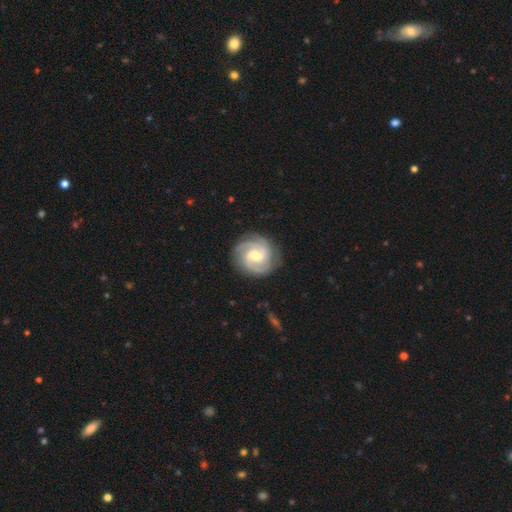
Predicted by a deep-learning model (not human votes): smooth-or-featured: featured or disk: 89% | smooth: 6% | star or artifact: 4%
  disk-edge-on: no: 98% | yes: 2%
    bar: no: 44% (tied) | weak: 44% (tied) | strong: 11%
    has-spiral-arms: yes: 98% | no: 2%
      spiral-winding: tight: 63% | medium: 33% | loose: 5%
      spiral-arm-count: 3: 47% | 2: 28% | can't tell: 9% | 4: 8% | 1: 4% | more than 4: 4%
    bulge-size: moderate: 50% | small: 45% | large: 3% | none: 1% | dominant: 1%
  merging: none: 85% | minor disturbance: 11% | major disturbance: 3% | merger: 1%